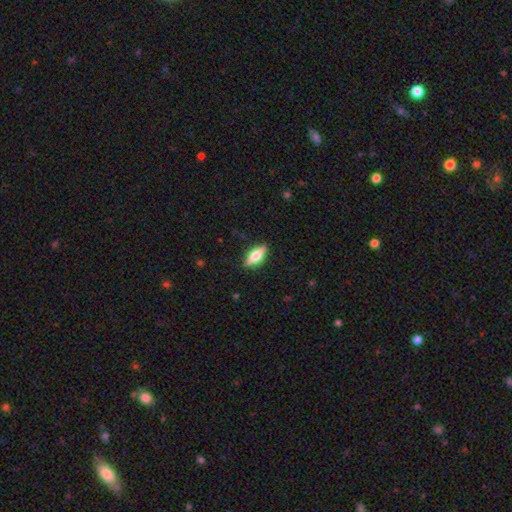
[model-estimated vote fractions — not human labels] The model was most divided on "smooth or featured" (2-way tie): featured or disk: 47%, smooth: 47%, star or artifact: 6%. More confident: merging — none (88%).